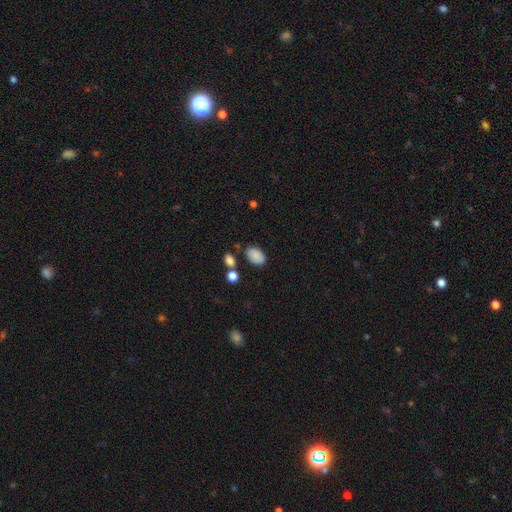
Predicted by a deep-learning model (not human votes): Smooth or featured? Predicted: smooth (p=0.85). How rounded? Predicted: in between (p=0.90). Merging? Predicted: none (p=0.76).